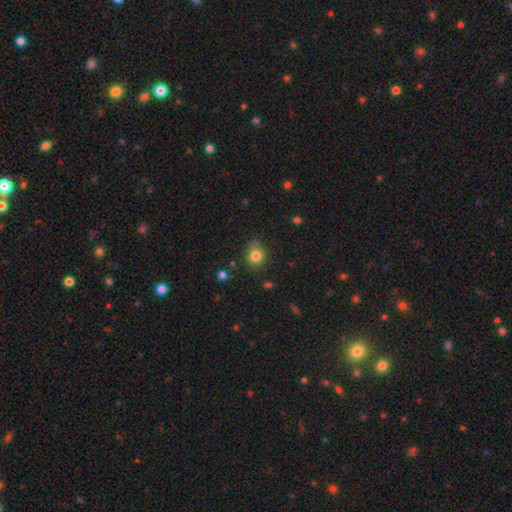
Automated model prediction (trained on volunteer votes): smooth-or-featured: smooth: 82% | star or artifact: 11% | featured or disk: 7%
  how-rounded: round: 67% | in between: 32% | cigar-shaped: 1%
  merging: none: 71% | minor disturbance: 21% | major disturbance: 5% | merger: 3%